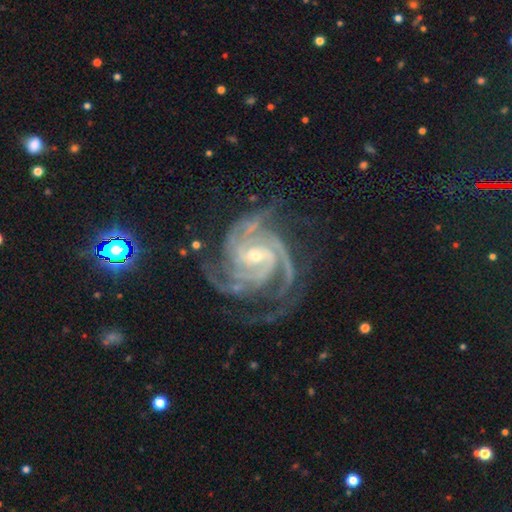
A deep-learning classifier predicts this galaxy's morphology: Smooth or featured?
  - featured or disk: 93% *
  - star or artifact: 5%
  - smooth: 2%
Edge-on disk?
  - no: 98% *
  - yes: 2%
Bar?
  - weak: 40% *
  - no: 39%
  - strong: 21%
Spiral arms?
  - yes: 99% *
  - no: 1%
Spiral winding?
  - tight: 63% *
  - medium: 33%
  - loose: 4%
Spiral arm count?
  - 3: 36% *
  - 4: 29%
  - 2: 12%
  - can't tell: 10%
  - more than 4: 7%
  - 1: 6%
Bulge size?
  - small: 61% *
  - moderate: 36%
  - large: 1%
  - none: 1%
  - dominant: 1%
Merging?
  - none: 67% *
  - minor disturbance: 19%
  - major disturbance: 13%
  - merger: 2%